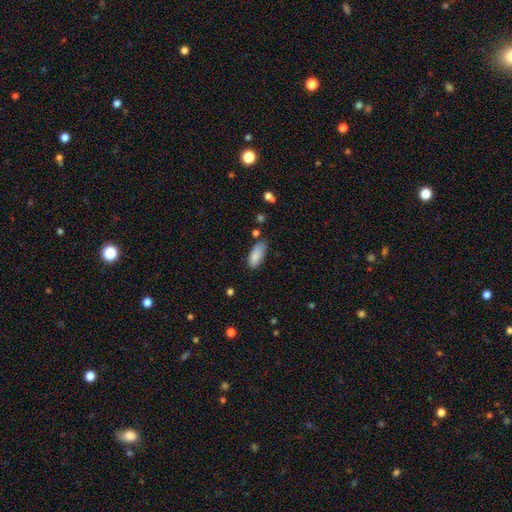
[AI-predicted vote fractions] smooth-or-featured: smooth: 87% | star or artifact: 7% | featured or disk: 6%
  how-rounded: in between: 85% | cigar-shaped: 13% | round: 2%
  merging: none: 73% | minor disturbance: 20% | major disturbance: 4% | merger: 4%